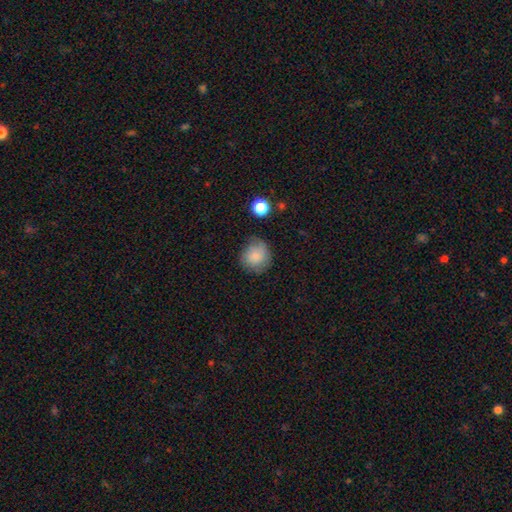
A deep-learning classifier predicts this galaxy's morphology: Smooth or featured? smooth (81%)
How rounded? round (86%)
Merging? none (66%)